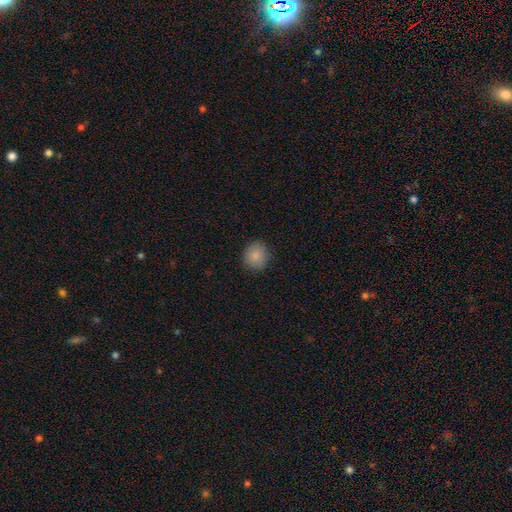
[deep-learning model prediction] Q: Smooth or featured?
A: smooth (85%); runner-up: star or artifact (9%)
Q: How rounded?
A: round (83%); runner-up: in between (16%)
Q: Merging?
A: none (86%); runner-up: minor disturbance (10%)